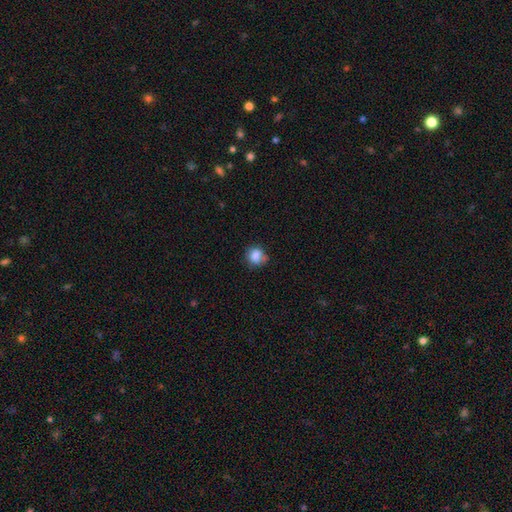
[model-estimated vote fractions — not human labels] This appears to be a smooth galaxy with no disk features (83%) that is round (76%). Merging: none (60%).